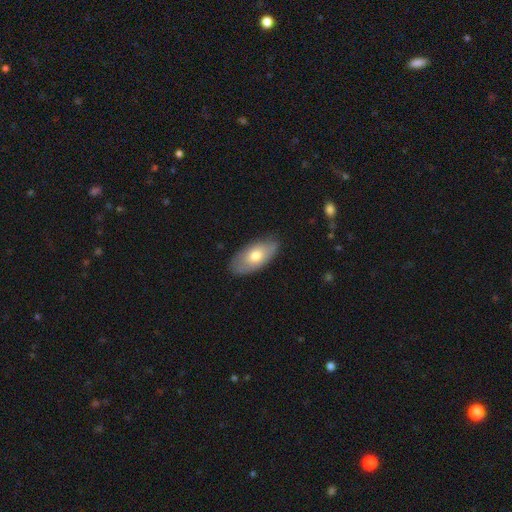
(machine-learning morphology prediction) smooth-or-featured: smooth: 68% | featured or disk: 26% | star or artifact: 6%
  how-rounded: in between: 92% | cigar-shaped: 5% | round: 3%
  merging: none: 78% | minor disturbance: 18% | major disturbance: 3% | merger: 1%